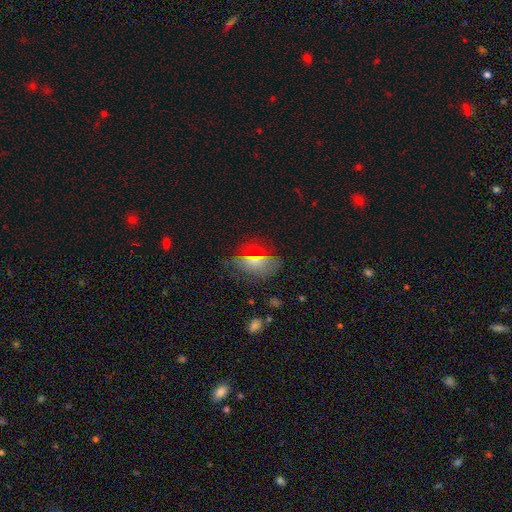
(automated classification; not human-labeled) smooth 46%, featured or disk 28%, star or artifact 25%. Down the decision tree: merging — none (72%).